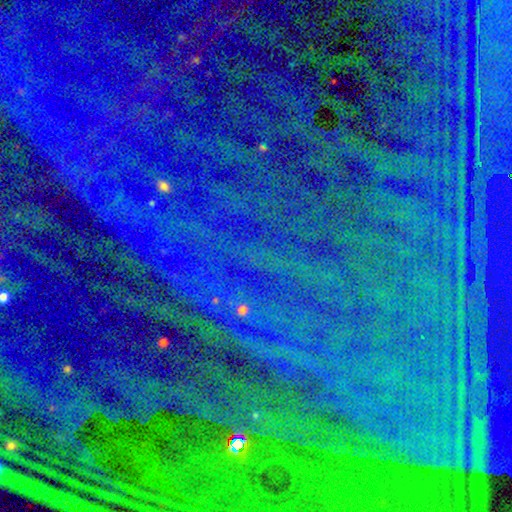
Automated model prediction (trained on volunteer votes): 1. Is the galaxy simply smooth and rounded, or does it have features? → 88% star or artifact, 6% featured or disk, 6% smooth.